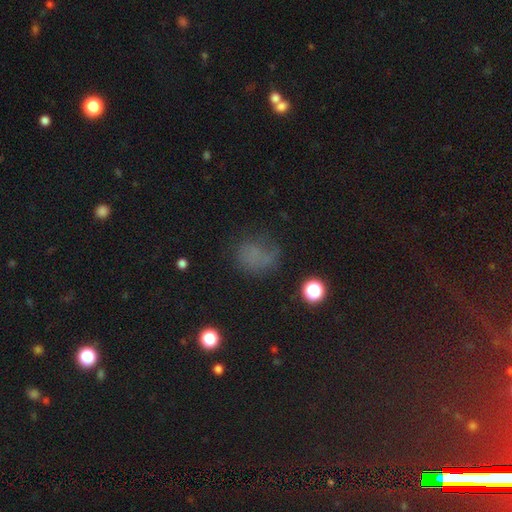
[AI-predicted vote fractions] Smooth or featured? Predicted: smooth (p=0.59). How rounded? Predicted: round (p=0.64). Merging? Predicted: none (p=0.53).